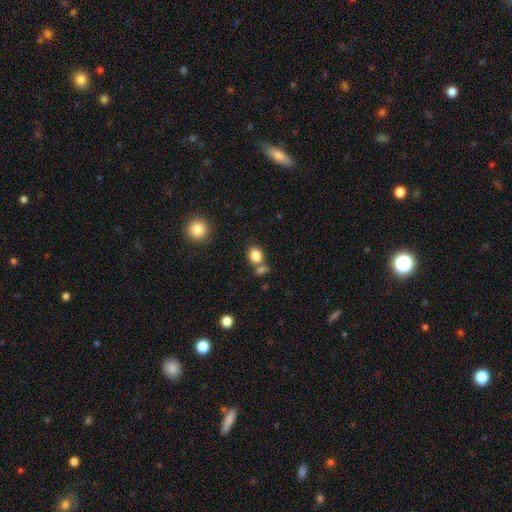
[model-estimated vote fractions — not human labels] Smooth or featured: smooth — 84% (star or artifact — 10%)
How rounded: round — 58% (in between — 41%)
Merging: none — 59% (merger — 26%)